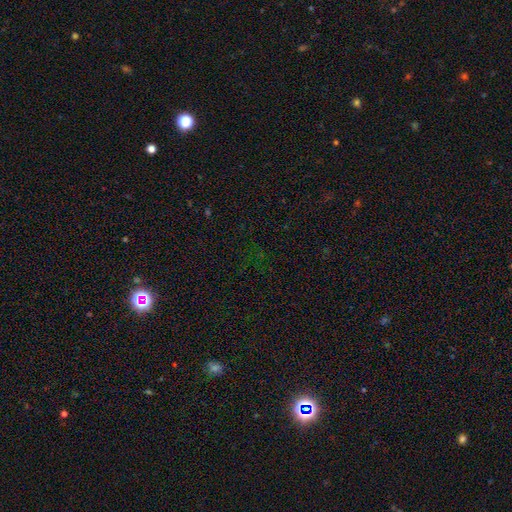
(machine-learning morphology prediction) star or artifact 74%, smooth 17%, featured or disk 9%.